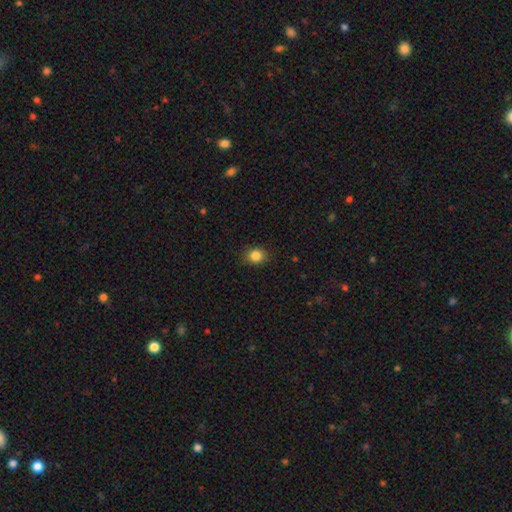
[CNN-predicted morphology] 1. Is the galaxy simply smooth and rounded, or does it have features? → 85% smooth, 10% star or artifact, 5% featured or disk.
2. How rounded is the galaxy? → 66% round, 33% in between, 1% cigar-shaped.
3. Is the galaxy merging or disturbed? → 87% none, 10% minor disturbance, 2% major disturbance, 1% merger.